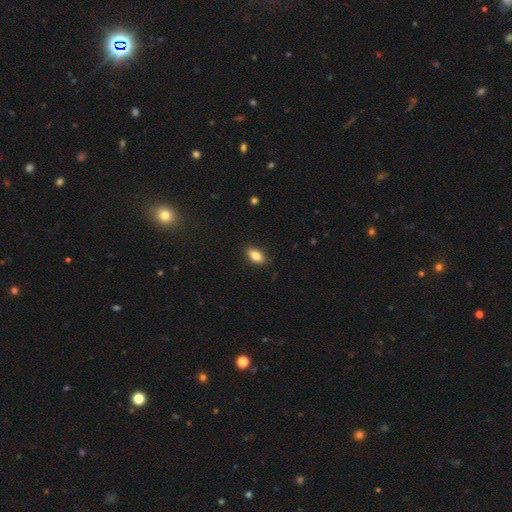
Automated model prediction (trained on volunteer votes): Smooth or featured: smooth — 84% (star or artifact — 8%)
How rounded: in between — 90% (round — 6%)
Merging: none — 88% (minor disturbance — 9%)